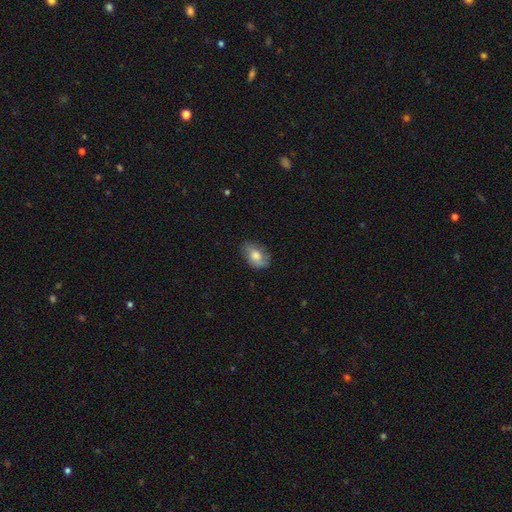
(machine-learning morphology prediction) Smooth or featured?
  - smooth: 68% *
  - featured or disk: 24%
  - star or artifact: 8%
How rounded?
  - in between: 85% *
  - round: 14%
  - cigar-shaped: 2%
Merging?
  - none: 67% *
  - minor disturbance: 25%
  - major disturbance: 7%
  - merger: 1%